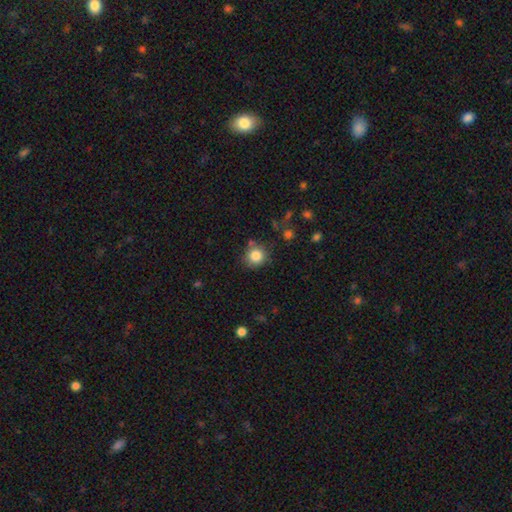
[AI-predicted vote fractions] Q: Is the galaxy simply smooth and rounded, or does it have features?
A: smooth — 84%.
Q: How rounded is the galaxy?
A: round — 90%.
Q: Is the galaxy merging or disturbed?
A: none — 78%.